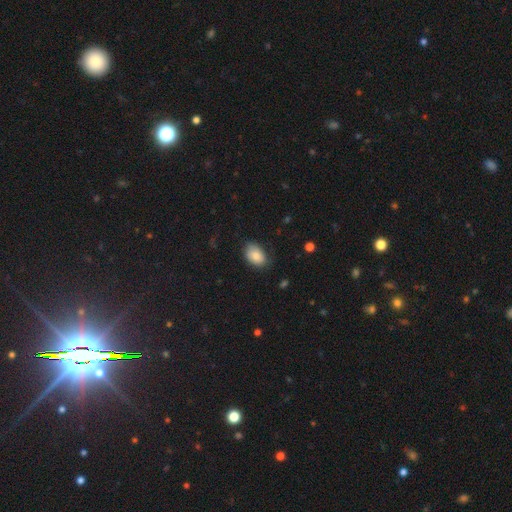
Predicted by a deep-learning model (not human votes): This is clearly a smooth galaxy (86%). How rounded: clearly in between (88%). Merging: likely none (72%).